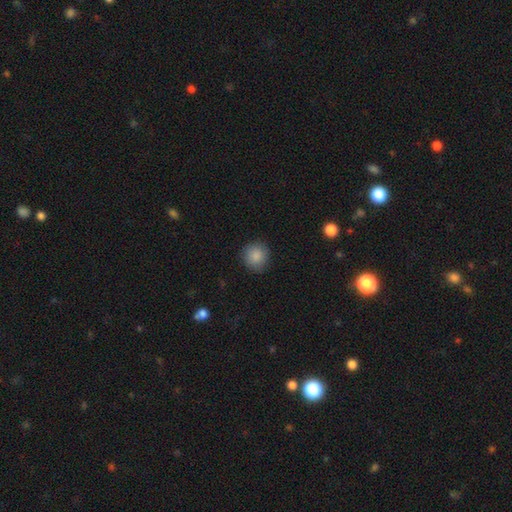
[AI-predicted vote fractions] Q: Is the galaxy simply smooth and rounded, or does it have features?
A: smooth — 88%.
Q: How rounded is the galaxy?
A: round — 91%.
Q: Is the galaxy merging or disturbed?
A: none — 89%.